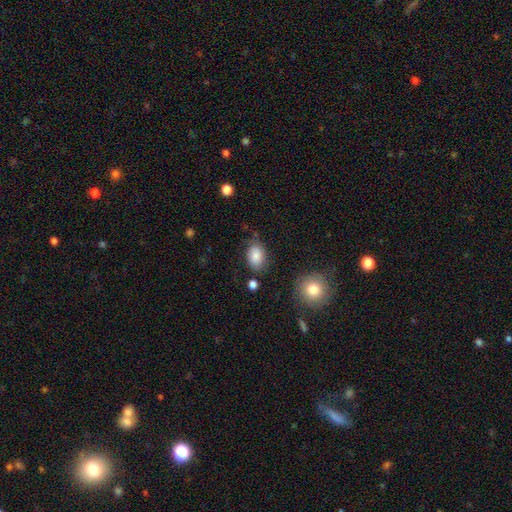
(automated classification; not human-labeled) smooth 84%, star or artifact 8%, featured or disk 8%. Down the decision tree: how rounded — in between (85%); merging — none (73%).